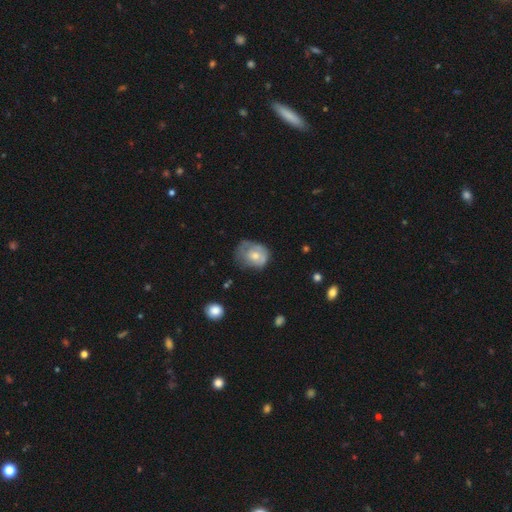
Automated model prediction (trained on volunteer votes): This appears to be a smooth galaxy with no disk features (55%) that is round (55%). Merging: none (38%).